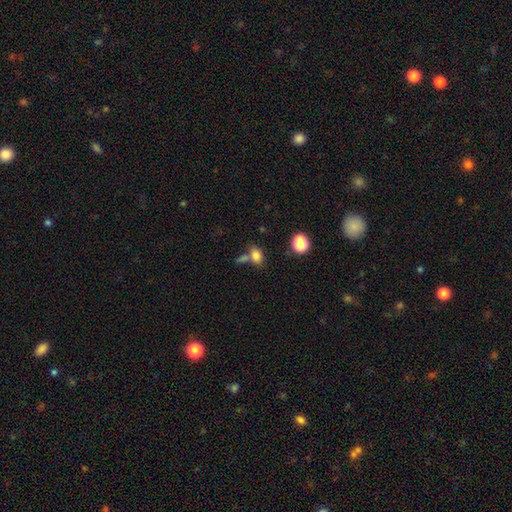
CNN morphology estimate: Smooth or featured: smooth — 81% (star or artifact — 12%)
How rounded: in between — 78% (round — 20%)
Merging: none — 50% (merger — 30%)